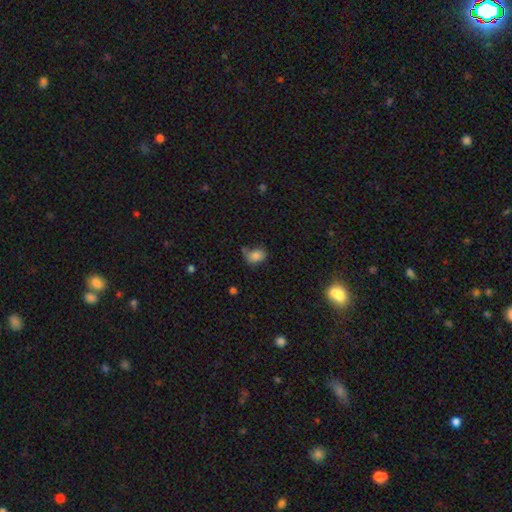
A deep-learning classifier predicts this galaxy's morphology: Smooth or featured? Predicted: smooth (p=0.81). How rounded? Predicted: in between (p=0.75). Merging? Predicted: none (p=0.61).